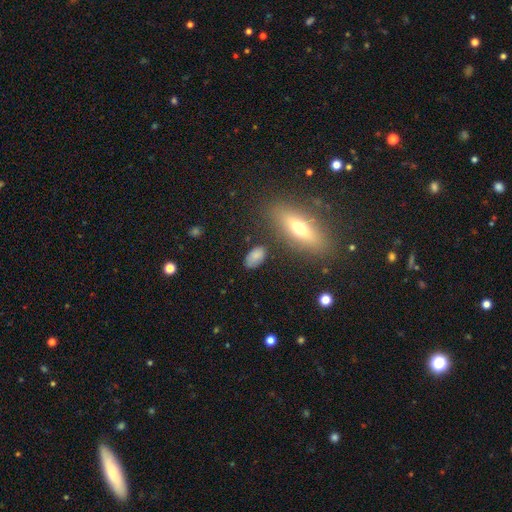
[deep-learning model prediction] smooth_or_featured: smooth (p=0.80) [alt: featured or disk p=0.10]
how_rounded: in between (p=0.90) [alt: round p=0.06]
merging: none (p=0.75) [alt: minor disturbance p=0.17]